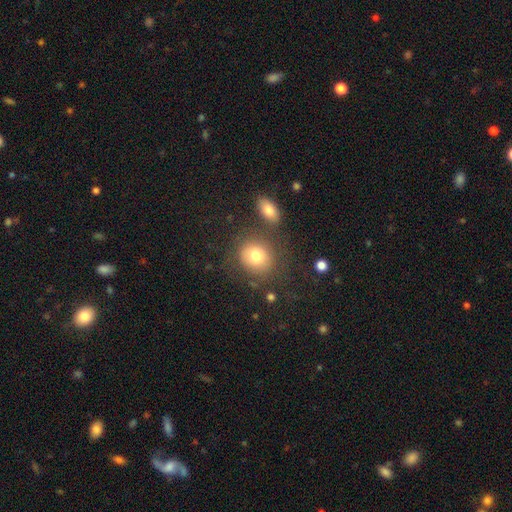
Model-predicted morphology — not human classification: A smooth galaxy with no disk features (79%) that is round (74%).

Vote fractions:
- Smooth or featured? smooth: 79% / featured or disk: 11% / star or artifact: 10%
- How rounded? round: 74% / in between: 25% / cigar-shaped: 1%
- Merging? none: 69% / minor disturbance: 13% / merger: 11% / major disturbance: 6%